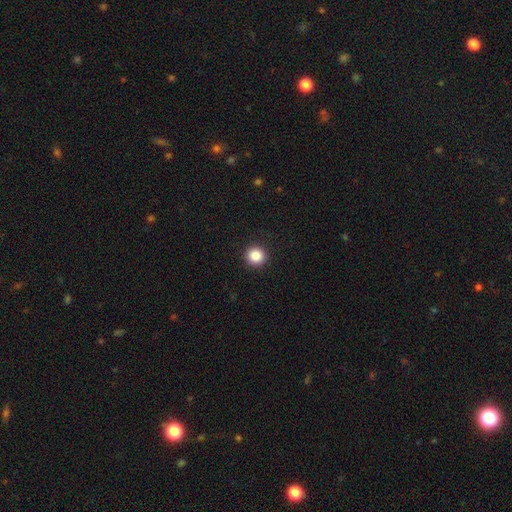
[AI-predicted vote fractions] Smooth or featured? Predicted: smooth (p=0.86). How rounded? Predicted: round (p=0.93). Merging? Predicted: none (p=0.92).